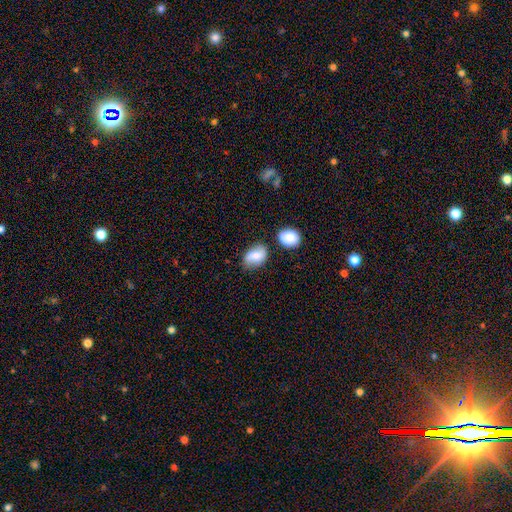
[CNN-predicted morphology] Smooth or featured?
  - smooth: 71% *
  - featured or disk: 21%
  - star or artifact: 9%
How rounded?
  - in between: 79% *
  - round: 19%
  - cigar-shaped: 2%
Merging?
  - none: 60% *
  - minor disturbance: 23%
  - merger: 11%
  - major disturbance: 6%